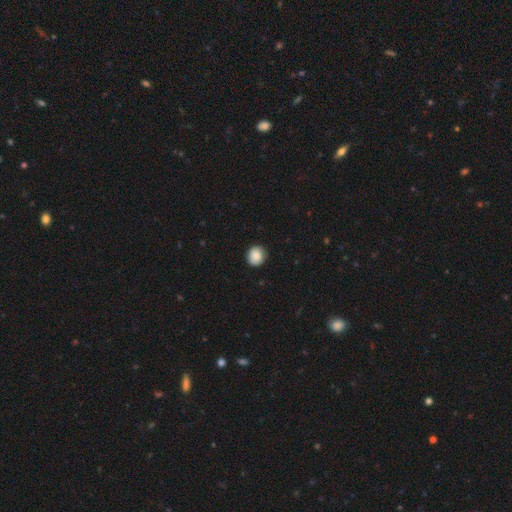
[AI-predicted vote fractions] smooth 86%, star or artifact 8%, featured or disk 6%. Down the decision tree: how rounded — round (85%); merging — none (88%).